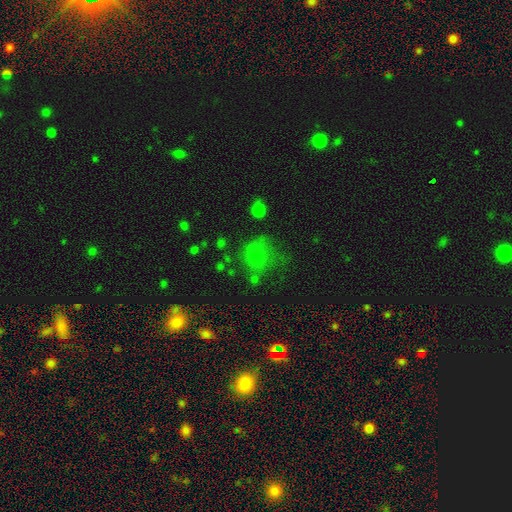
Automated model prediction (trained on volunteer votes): The model was most divided on "merging": none: 54%, minor disturbance: 20%, major disturbance: 19%, merger: 7%. More confident: how rounded — round (81%); smooth or featured — smooth (60%).